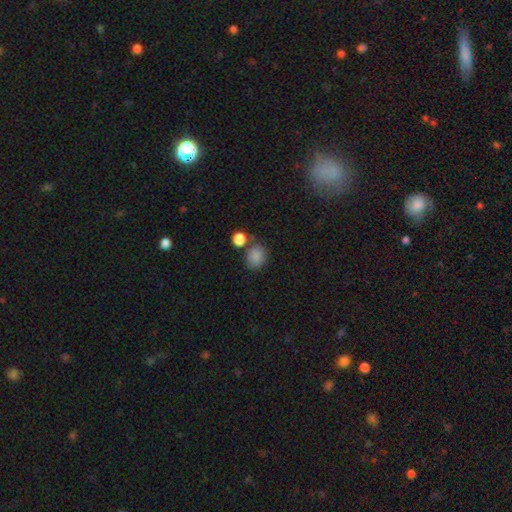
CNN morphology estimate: smooth 86%, star or artifact 10%, featured or disk 4%. Down the decision tree: how rounded — round (71%); merging — none (68%).